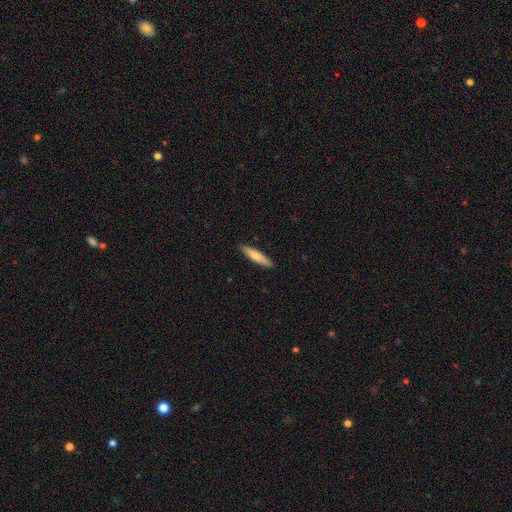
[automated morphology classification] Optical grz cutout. It shows a smooth galaxy with no disk features (71%) that is cigar-shaped (84%). Merging: none (90%).